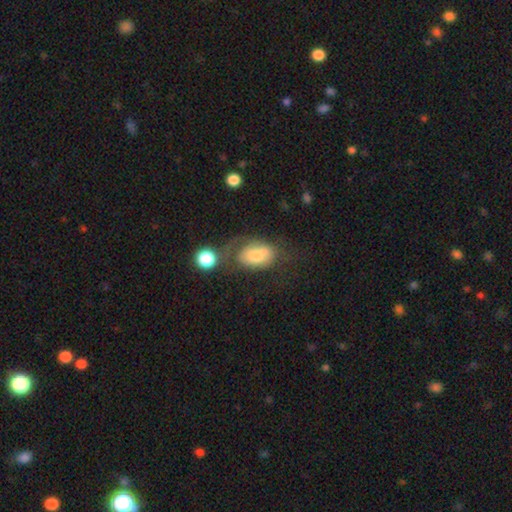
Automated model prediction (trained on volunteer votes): Overall: smooth (65%; featured or disk 26%). How rounded: in between (85%). Merging: none (32%; minor disturbance 24%).